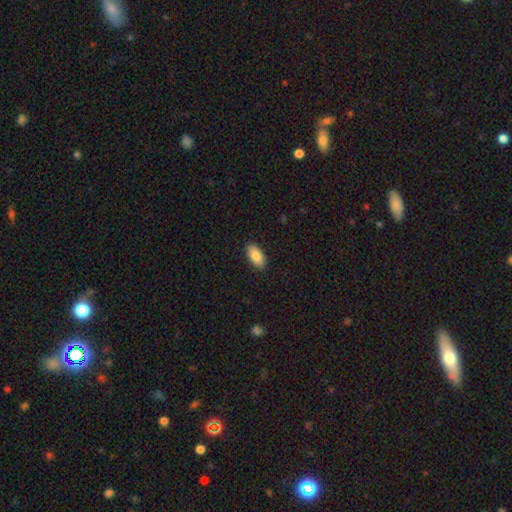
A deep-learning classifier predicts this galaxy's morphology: smooth-or-featured: smooth: 87% | featured or disk: 7% | star or artifact: 6%
  how-rounded: in between: 94% | cigar-shaped: 4% | round: 2%
  merging: none: 89% | minor disturbance: 8% | major disturbance: 2% | merger: 1%